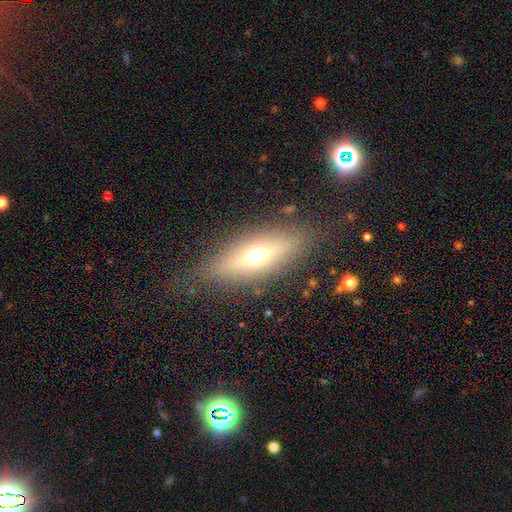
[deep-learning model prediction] Smooth or featured: featured or disk — 47% (smooth — 43%)
Merging: none — 82% (minor disturbance — 11%)